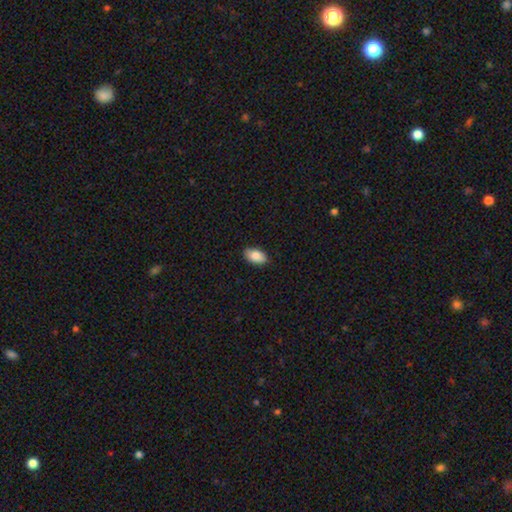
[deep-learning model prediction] The model was most divided on "merging": none: 88%, minor disturbance: 9%, major disturbance: 2%, merger: 1%. More confident: how rounded — in between (94%); smooth or featured — smooth (87%).